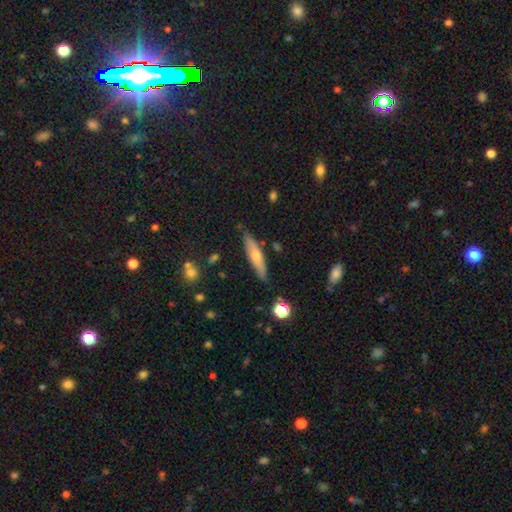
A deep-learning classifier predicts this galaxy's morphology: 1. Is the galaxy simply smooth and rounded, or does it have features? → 49% smooth, 44% featured or disk, 7% star or artifact.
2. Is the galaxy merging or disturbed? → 83% none, 12% minor disturbance, 3% merger, 2% major disturbance.